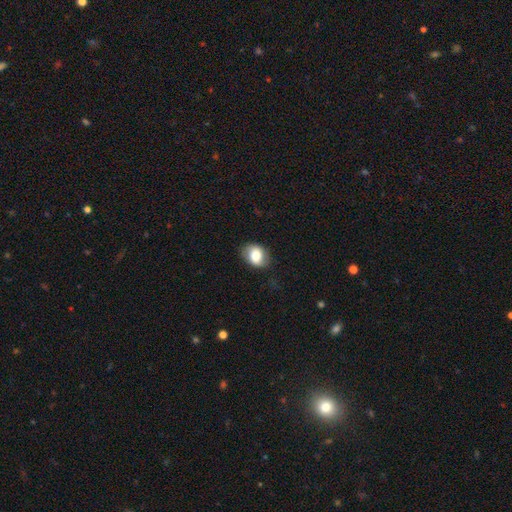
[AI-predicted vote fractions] Q: Smooth or featured?
A: smooth (74%); runner-up: featured or disk (18%)
Q: How rounded?
A: in between (61%); runner-up: round (38%)
Q: Merging?
A: none (77%); runner-up: minor disturbance (17%)